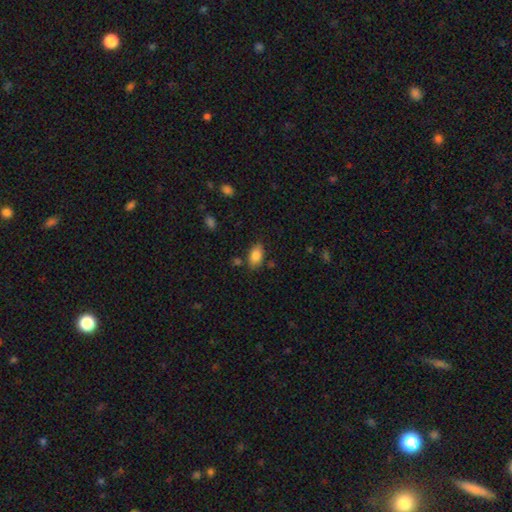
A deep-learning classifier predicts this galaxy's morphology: Smooth or featured? smooth (85%)
How rounded? in between (88%)
Merging? none (74%)